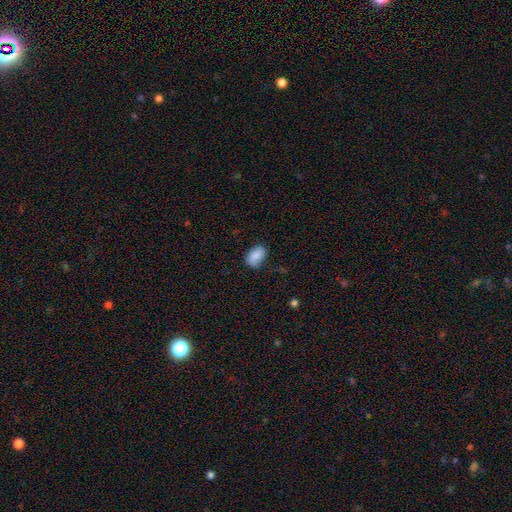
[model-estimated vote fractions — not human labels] Smooth or featured?
  - smooth: 84% *
  - featured or disk: 8%
  - star or artifact: 7%
How rounded?
  - in between: 87% *
  - round: 11%
  - cigar-shaped: 1%
Merging?
  - none: 74% *
  - minor disturbance: 20%
  - major disturbance: 4%
  - merger: 1%